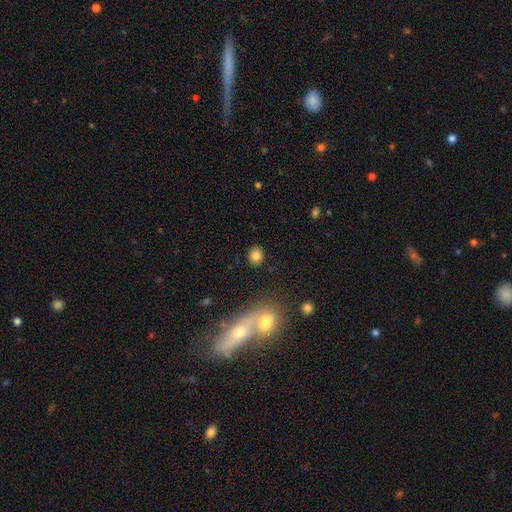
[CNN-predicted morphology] smooth 81%, star or artifact 11%, featured or disk 7%. Down the decision tree: how rounded — round (63%); merging — none (87%).